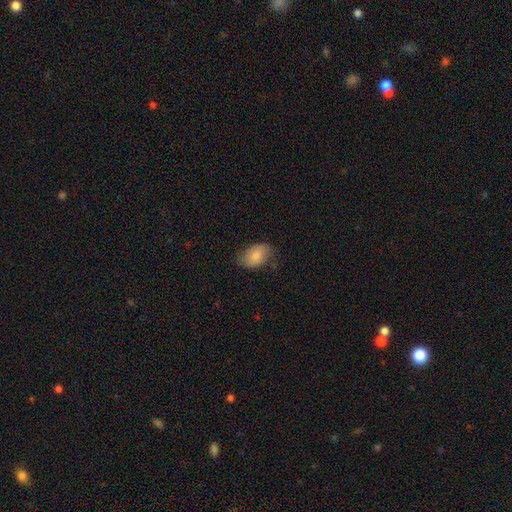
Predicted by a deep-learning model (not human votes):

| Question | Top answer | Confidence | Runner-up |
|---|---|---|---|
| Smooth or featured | smooth | 81% | featured or disk (13%) |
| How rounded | in between | 88% | round (11%) |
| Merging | none | 72% | minor disturbance (22%) |